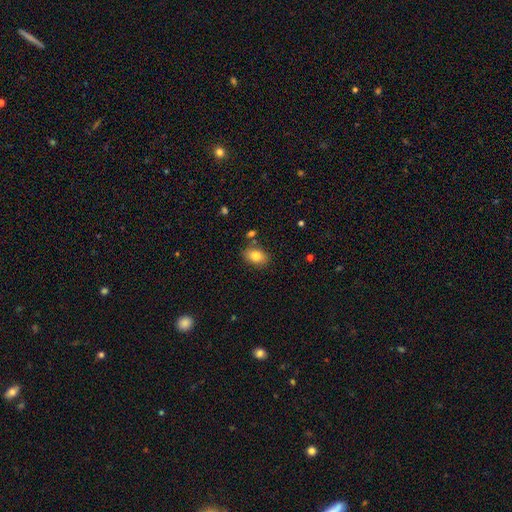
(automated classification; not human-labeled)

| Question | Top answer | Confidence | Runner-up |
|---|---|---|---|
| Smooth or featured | smooth | 82% | featured or disk (9%) |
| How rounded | in between | 83% | round (16%) |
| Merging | none | 80% | minor disturbance (12%) |